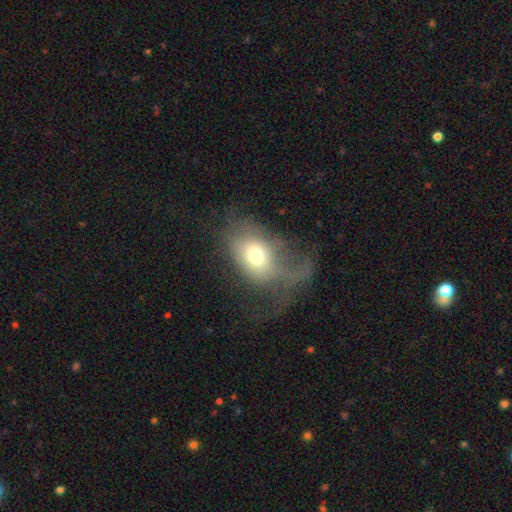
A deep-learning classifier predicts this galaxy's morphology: smooth 62%, featured or disk 29%, star or artifact 10%. Down the decision tree: how rounded — in between (68%); merging — major disturbance (62%).